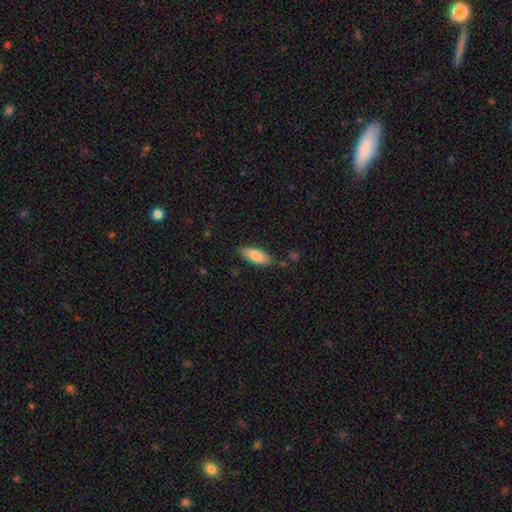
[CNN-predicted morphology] smooth 80%, featured or disk 14%, star or artifact 6%. Down the decision tree: how rounded — in between (71%); merging — none (80%).